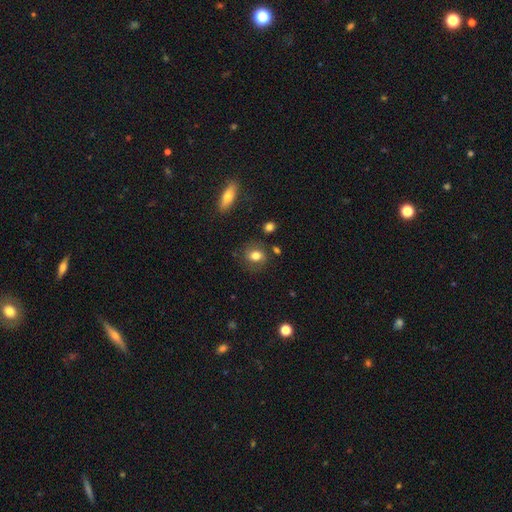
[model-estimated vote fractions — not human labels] A smooth galaxy with no disk features (74%) that is round (56%). Merging: none (76%).